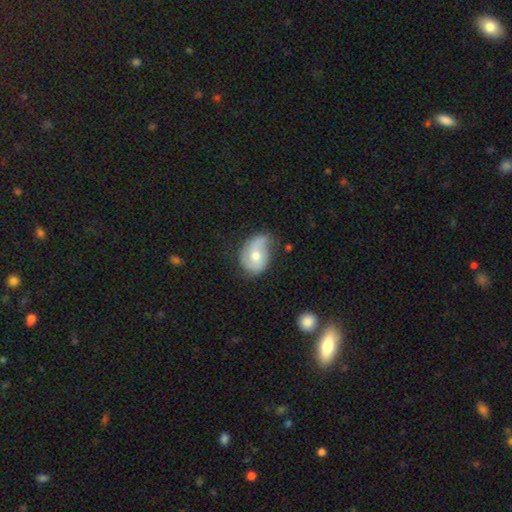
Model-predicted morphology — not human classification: Smooth or featured?
  - featured or disk: 51% *
  - smooth: 43%
  - star or artifact: 7%
Edge-on disk?
  - no: 97% *
  - yes: 3%
Merging?
  - none: 42% *
  - minor disturbance: 37%
  - major disturbance: 16%
  - merger: 5%